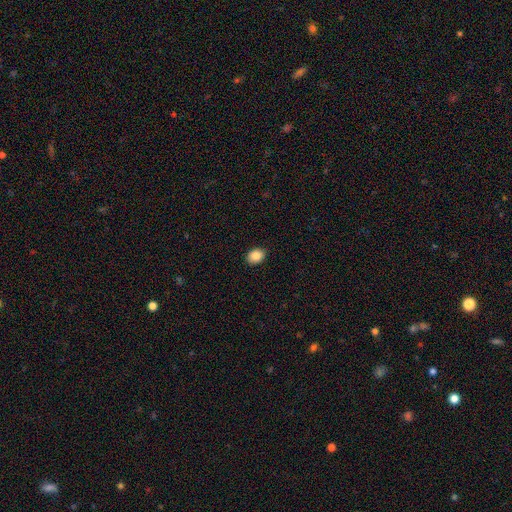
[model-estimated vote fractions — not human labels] Smooth or featured: smooth — 87% (star or artifact — 8%)
How rounded: in between — 72% (round — 27%)
Merging: none — 90% (minor disturbance — 7%)